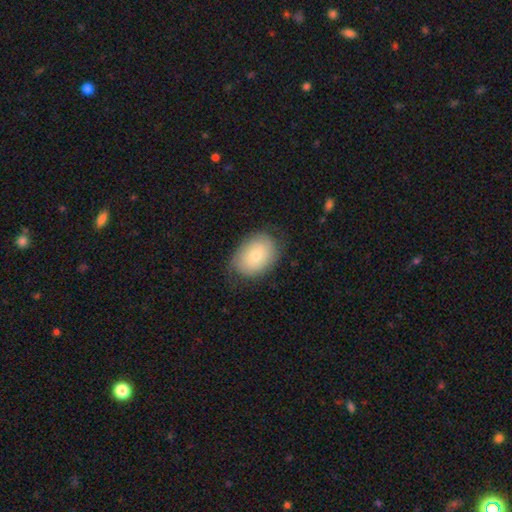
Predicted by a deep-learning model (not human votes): This appears to be a smooth galaxy with no disk features (67%) that is in between round and cigar-shaped (76%). Merging: none (74%).